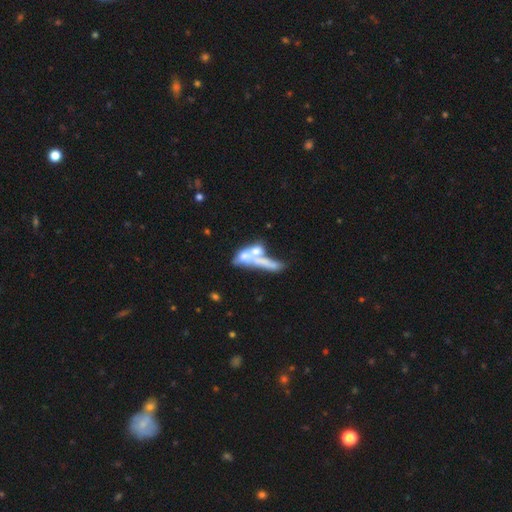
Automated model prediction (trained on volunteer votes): A featured or disk galaxy (46%).

Vote fractions:
- Smooth or featured? featured or disk: 46% / smooth: 43% / star or artifact: 11%
- Merging? merger: 60% / none: 17% / major disturbance: 15% / minor disturbance: 9%